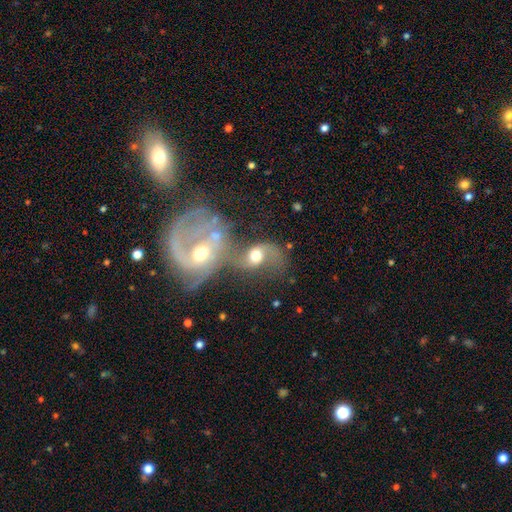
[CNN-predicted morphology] Overall: featured or disk (61%; smooth 28%). Edge-on disk: no (97%). Bar: no (61%; weak 31%). Spiral arms: yes (81%). Bulge size: moderate (64%). Merging: merger (69%).